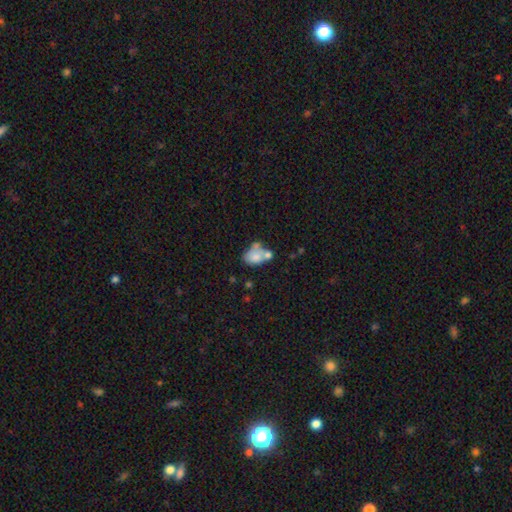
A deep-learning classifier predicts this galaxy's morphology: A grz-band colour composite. It shows a smooth galaxy with no disk features (67%) that is in between round and cigar-shaped (75%). Merging: merger (43%).